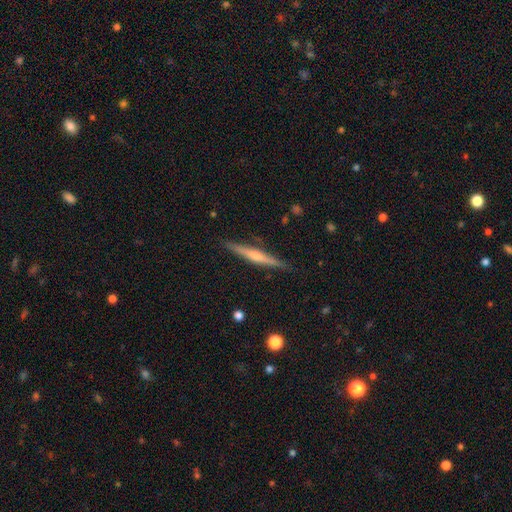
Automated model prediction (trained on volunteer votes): This is likely a featured or disk galaxy (64%). It is clearly viewed edge-on (98%). Edge-on bulge: likely rounded (62%). Merging: clearly none (89%).